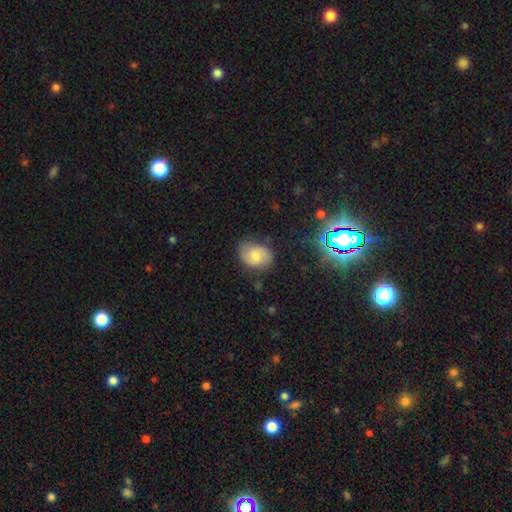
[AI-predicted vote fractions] smooth-or-featured: smooth: 48% | featured or disk: 41% | star or artifact: 11%
  merging: none: 68% | minor disturbance: 22% | major disturbance: 8% | merger: 2%